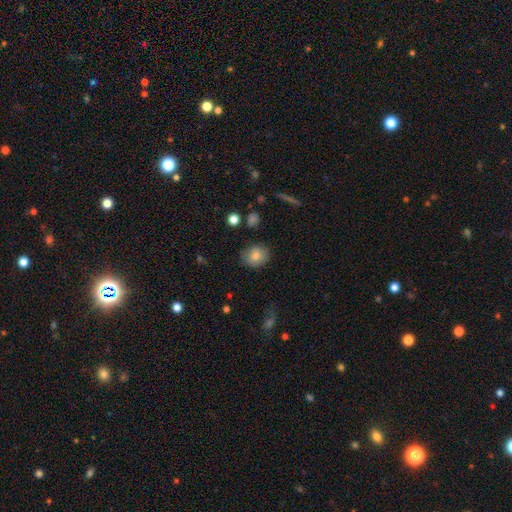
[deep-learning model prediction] smooth_or_featured: smooth (p=0.80) [alt: featured or disk p=0.11]
how_rounded: round (p=0.63) [alt: in between p=0.36]
merging: none (p=0.80) [alt: minor disturbance p=0.15]